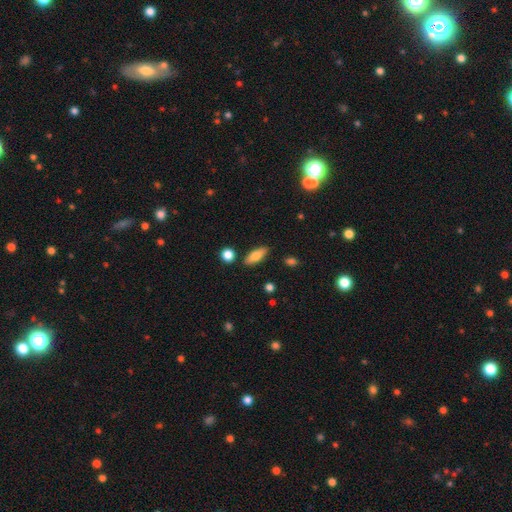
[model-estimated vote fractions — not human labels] Morphology: type=smooth (76%); roundness=in between (71%); merging=none (85%).